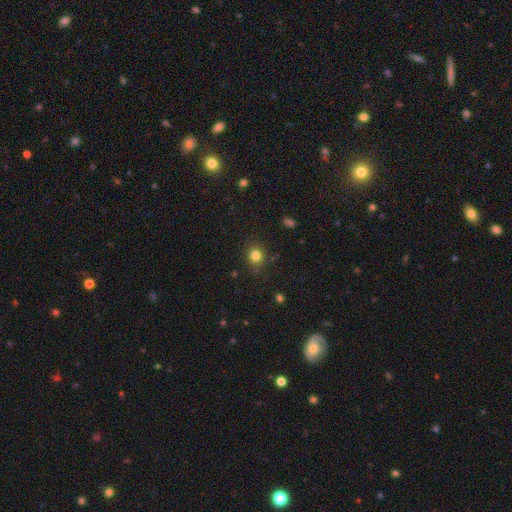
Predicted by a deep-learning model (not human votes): smooth_or_featured: smooth (p=0.81) [alt: star or artifact p=0.13]
how_rounded: round (p=0.76) [alt: in between p=0.23]
merging: none (p=0.83) [alt: minor disturbance p=0.12]